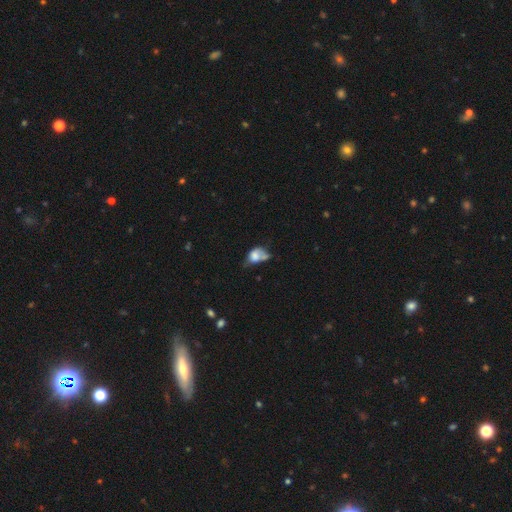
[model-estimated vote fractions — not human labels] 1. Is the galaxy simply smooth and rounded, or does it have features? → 67% smooth, 23% featured or disk, 10% star or artifact.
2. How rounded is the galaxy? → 75% in between, 23% round, 2% cigar-shaped.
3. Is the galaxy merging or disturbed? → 28% major disturbance, 27% minor disturbance, 26% merger, 19% none.